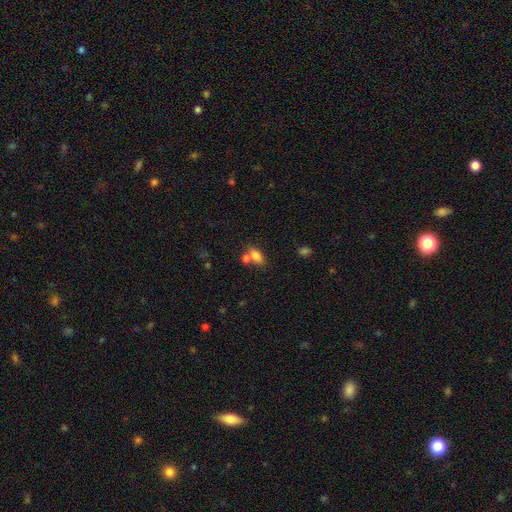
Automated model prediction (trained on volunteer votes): Smooth or featured: smooth — 78% (featured or disk — 12%)
How rounded: in between — 82% (cigar-shaped — 10%)
Merging: none — 51% (merger — 31%)